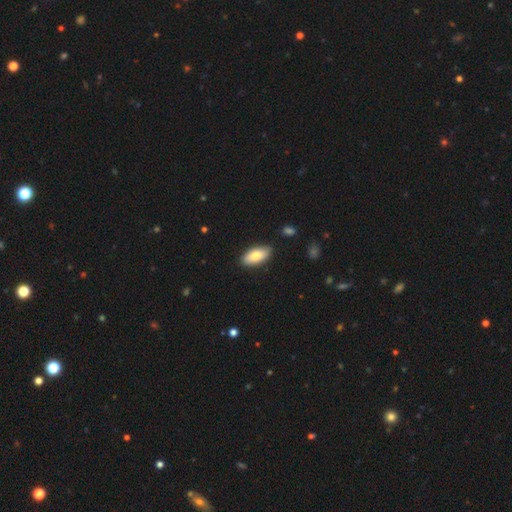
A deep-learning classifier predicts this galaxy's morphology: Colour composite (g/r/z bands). It shows a smooth galaxy with no disk features (79%) that is in between round and cigar-shaped (88%). Merging: none (85%).